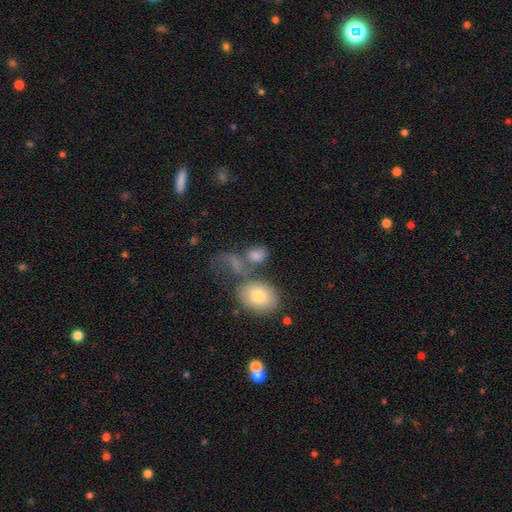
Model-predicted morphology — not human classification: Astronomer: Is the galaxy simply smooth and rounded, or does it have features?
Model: smooth — 72%.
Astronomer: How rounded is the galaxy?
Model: in between — 75%.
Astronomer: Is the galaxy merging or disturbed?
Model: merger — 41% (runner-up: none, 32%).